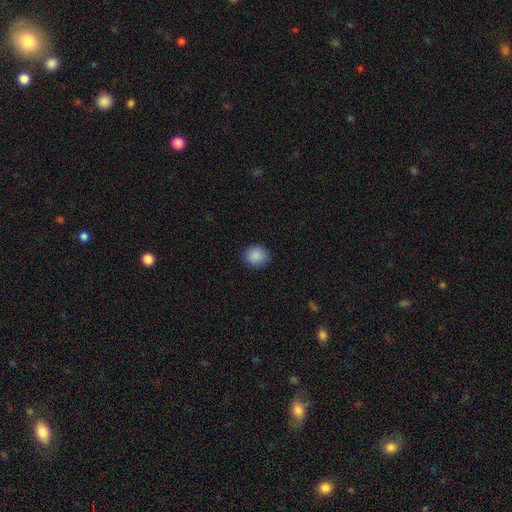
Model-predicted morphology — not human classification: A smooth galaxy with no disk features (88%) that is round (76%). Merging: none (87%).